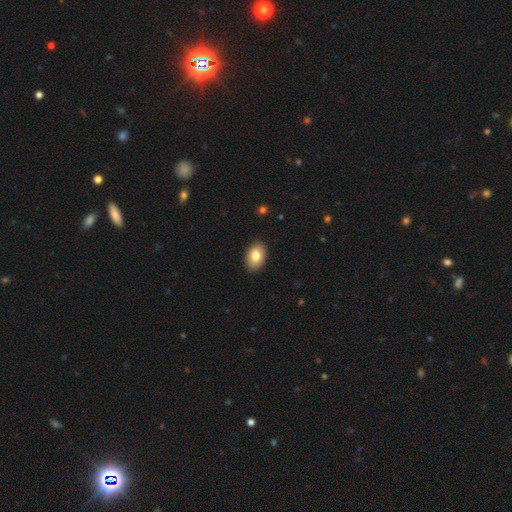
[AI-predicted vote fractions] This is clearly a smooth galaxy (82%). How rounded: clearly in between (88%). Merging: clearly none (89%).